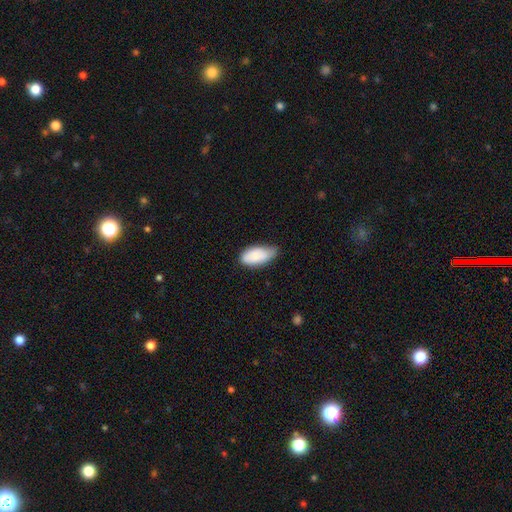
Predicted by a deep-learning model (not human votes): Smooth or featured? smooth (81%)
How rounded? in between (92%)
Merging? minor disturbance (46%)